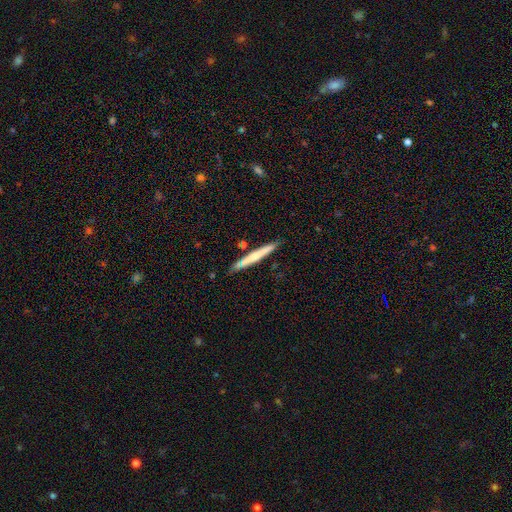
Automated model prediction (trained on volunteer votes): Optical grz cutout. It shows a smooth galaxy with no disk features (57%) that is cigar-shaped (96%). Merging: none (82%).